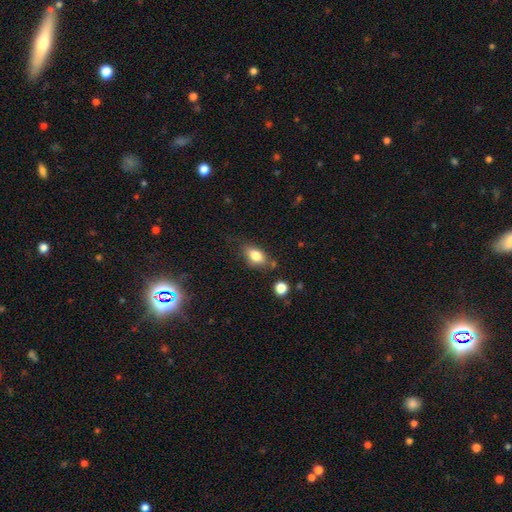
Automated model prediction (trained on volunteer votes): Smooth or featured? smooth (81%)
How rounded? in between (84%)
Merging? none (66%)